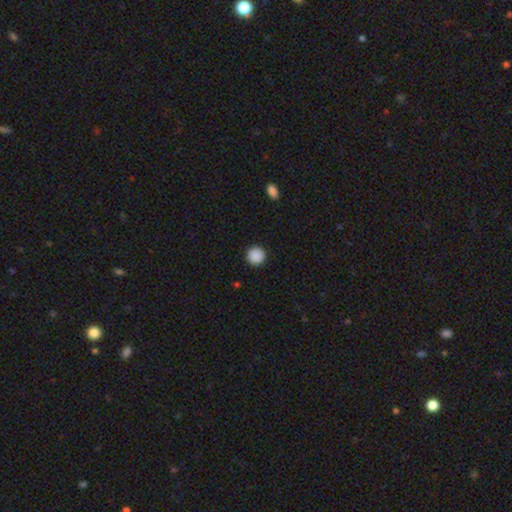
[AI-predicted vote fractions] The model was most divided on "smooth or featured": smooth: 90%, star or artifact: 8%, featured or disk: 2%. More confident: how rounded — round (96%); merging — none (93%).